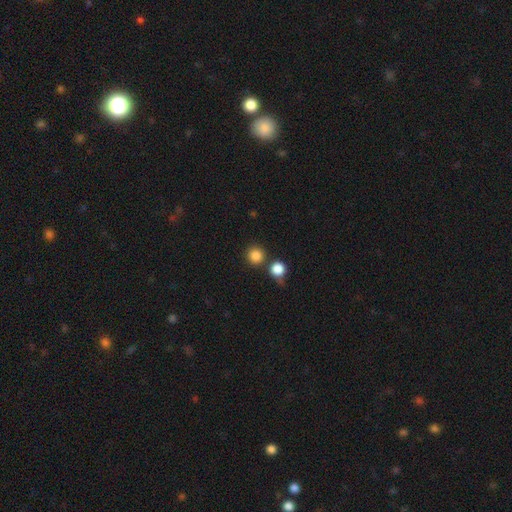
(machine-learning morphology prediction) Smooth or featured? Predicted: smooth (p=0.85). How rounded? Predicted: round (p=0.93). Merging? Predicted: none (p=0.76).